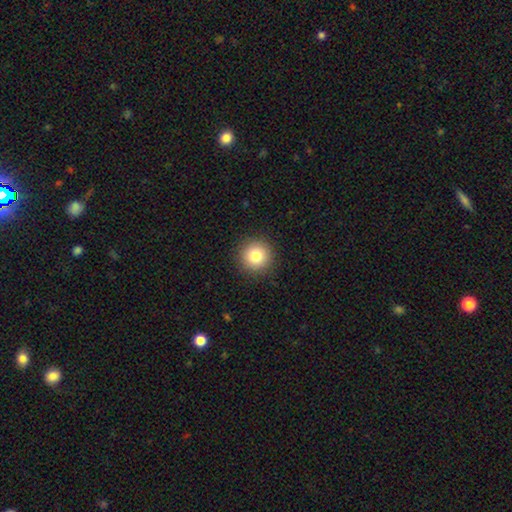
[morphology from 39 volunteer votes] type=smooth (79%); roundness=round (100%); merging=none (94%).